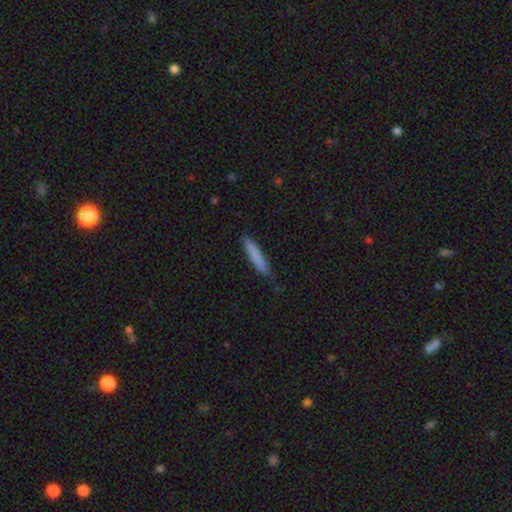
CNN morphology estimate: smooth_or_featured: smooth (p=0.83) [alt: featured or disk p=0.11]
how_rounded: cigar-shaped (p=0.91) [alt: in between p=0.08]
merging: none (p=0.79) [alt: minor disturbance p=0.17]